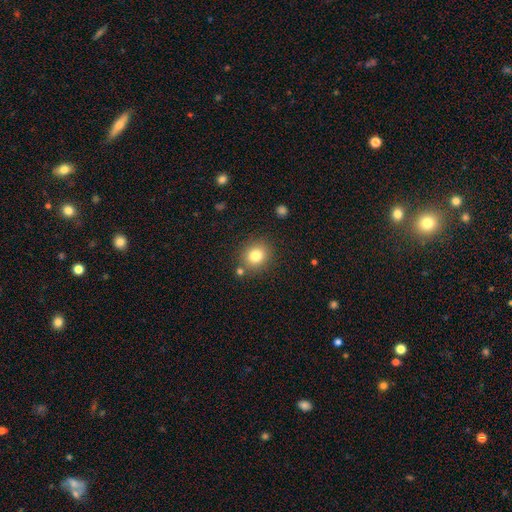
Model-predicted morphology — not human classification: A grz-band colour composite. It shows a smooth galaxy with no disk features (81%) that is round (77%). Merging: none (81%).